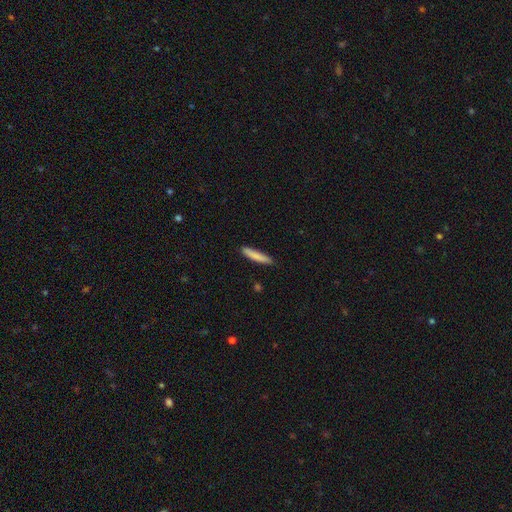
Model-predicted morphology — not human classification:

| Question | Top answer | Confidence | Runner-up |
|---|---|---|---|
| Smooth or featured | smooth | 83% | featured or disk (11%) |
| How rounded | cigar-shaped | 91% | in between (7%) |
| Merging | none | 88% | minor disturbance (9%) |